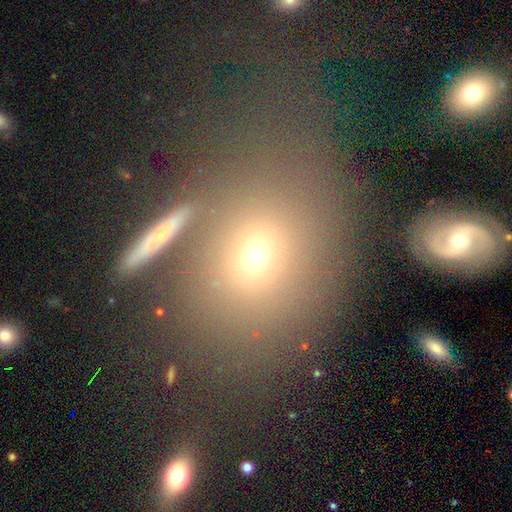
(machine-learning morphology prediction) Q: Smooth or featured?
A: smooth (66%); runner-up: star or artifact (18%)
Q: How rounded?
A: round (56%); runner-up: in between (42%)
Q: Merging?
A: none (64%); runner-up: minor disturbance (14%)